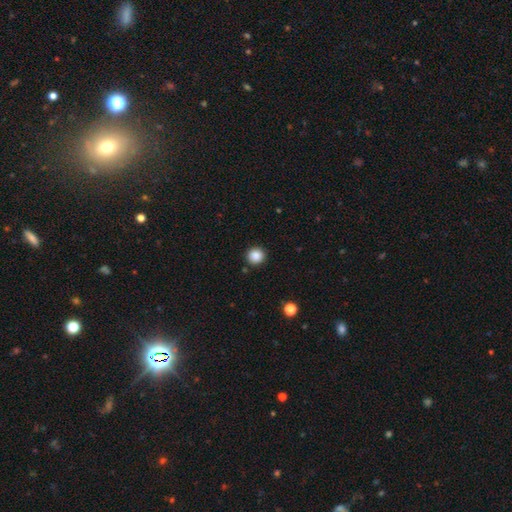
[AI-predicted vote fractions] This appears to be a smooth galaxy with no disk features (87%) that is round (94%). Merging: none (91%).